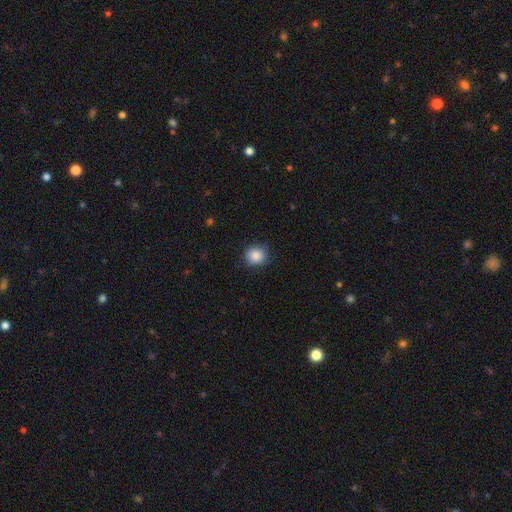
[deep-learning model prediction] smooth_or_featured: smooth (p=0.86) [alt: star or artifact p=0.09]
how_rounded: round (p=0.86) [alt: in between p=0.13]
merging: none (p=0.84) [alt: minor disturbance p=0.12]